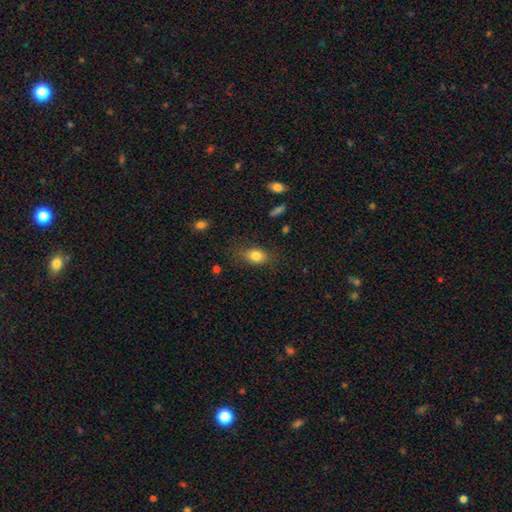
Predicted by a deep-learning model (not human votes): smooth-or-featured: smooth: 81% | featured or disk: 9% | star or artifact: 9%
  how-rounded: in between: 74% | round: 24% | cigar-shaped: 2%
  merging: none: 74% | minor disturbance: 18% | major disturbance: 7% | merger: 1%